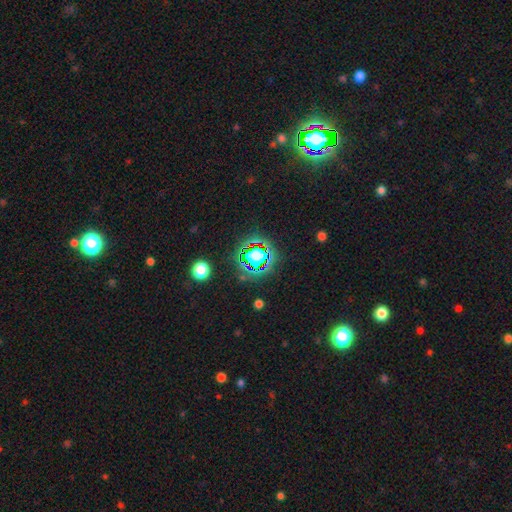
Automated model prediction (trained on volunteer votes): Smooth or featured? star or artifact (62%)